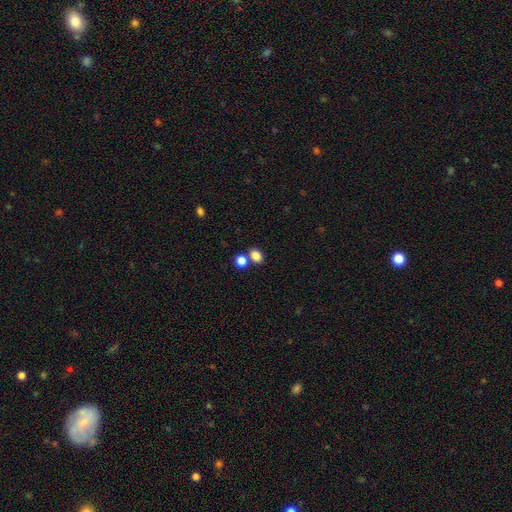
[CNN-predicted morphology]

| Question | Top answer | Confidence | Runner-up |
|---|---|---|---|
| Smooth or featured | smooth | 84% | star or artifact (11%) |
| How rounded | in between | 67% | round (32%) |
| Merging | none | 59% | merger (27%) |